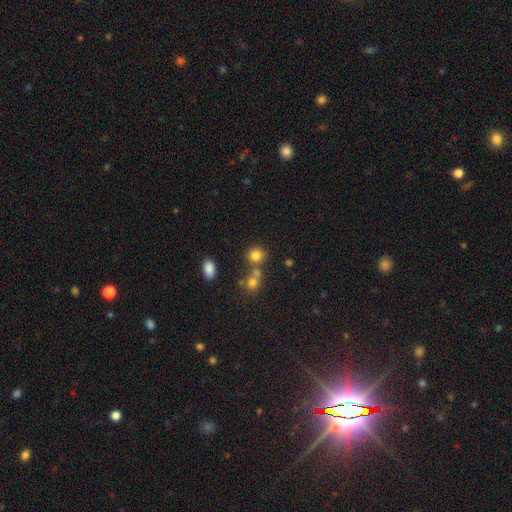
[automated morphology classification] The model was most divided on "merging": none: 63%, merger: 23%, minor disturbance: 10%, major disturbance: 4%. More confident: how rounded — round (81%); smooth or featured — smooth (79%).